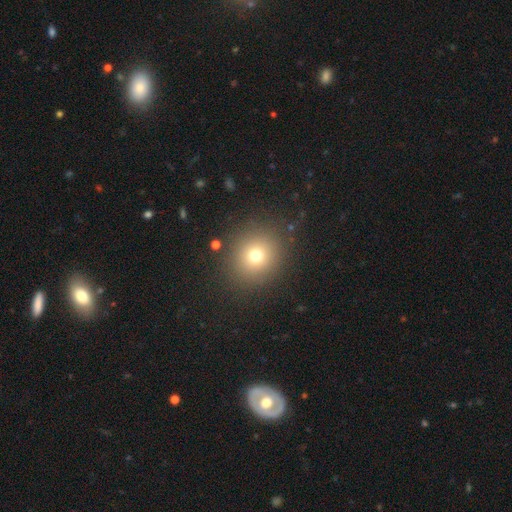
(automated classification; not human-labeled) smooth_or_featured: smooth (p=0.72) [alt: star or artifact p=0.17]
how_rounded: round (p=0.86) [alt: in between p=0.13]
merging: none (p=0.87) [alt: minor disturbance p=0.07]